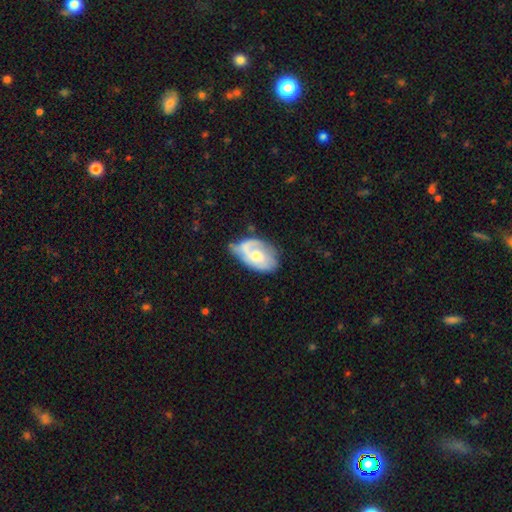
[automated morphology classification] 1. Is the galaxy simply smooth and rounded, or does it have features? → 65% featured or disk, 29% smooth, 6% star or artifact.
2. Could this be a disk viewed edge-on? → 96% no, 4% yes.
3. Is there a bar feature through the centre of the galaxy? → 69% no, 27% weak, 4% strong.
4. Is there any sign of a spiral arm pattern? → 81% yes, 19% no.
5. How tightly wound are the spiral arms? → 40% tight, 38% medium, 22% loose.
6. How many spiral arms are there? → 40% 2, 32% 1, 21% can't tell, 5% 3, 1% 4, 1% more than 4.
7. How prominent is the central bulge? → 54% moderate, 38% small, 5% large, 3% none, 1% dominant.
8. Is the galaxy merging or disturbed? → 41% none, 36% minor disturbance, 19% major disturbance, 4% merger.